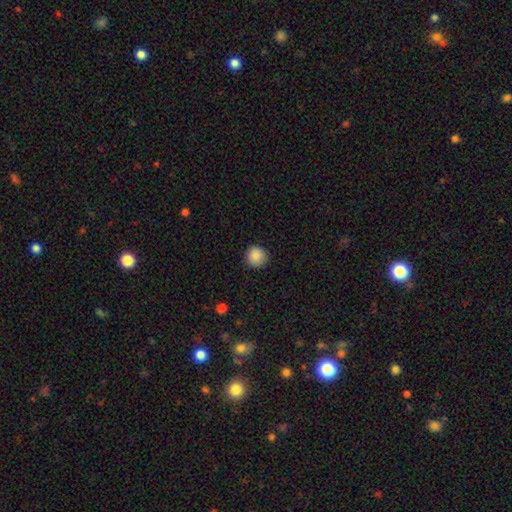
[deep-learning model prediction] The model was most divided on "smooth or featured": smooth: 88%, star or artifact: 9%, featured or disk: 3%. More confident: how rounded — round (94%); merging — none (90%).